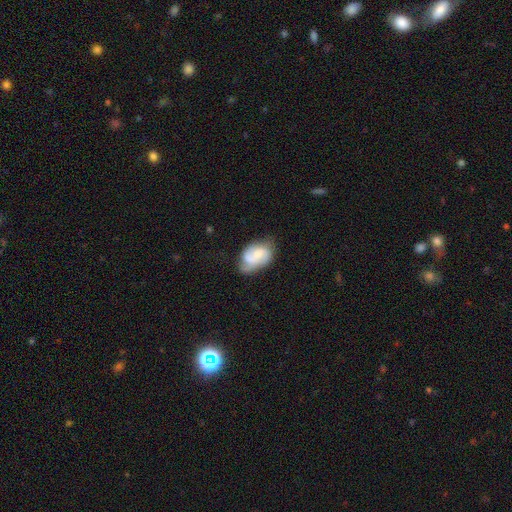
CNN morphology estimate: Q: Smooth or featured?
A: featured or disk (63%); runner-up: smooth (30%)
Q: Edge-on disk?
A: no (97%); runner-up: yes (3%)
Q: Bar?
A: no (51%); runner-up: weak (41%)
Q: Spiral arms?
A: yes (91%); runner-up: no (9%)
Q: Spiral winding?
A: medium (48%); runner-up: loose (26%)
Q: Spiral arm count?
A: 2 (67%); runner-up: 3 (13%)
Q: Bulge size?
A: small (42%); runner-up: moderate (37%)
Q: Merging?
A: none (56%); runner-up: minor disturbance (30%)